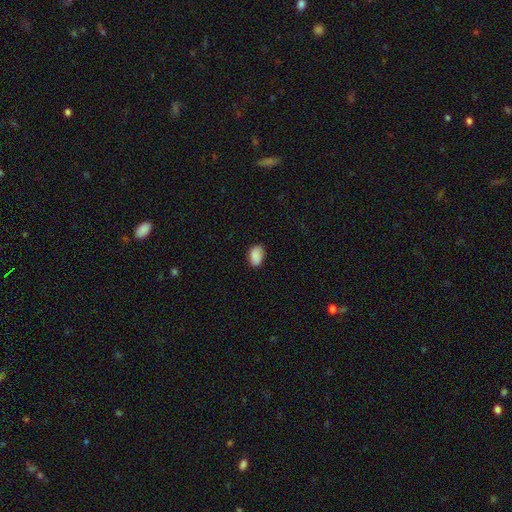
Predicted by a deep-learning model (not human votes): This appears to be a smooth galaxy with no disk features (89%) that is in between round and cigar-shaped (88%). Merging: none (82%).